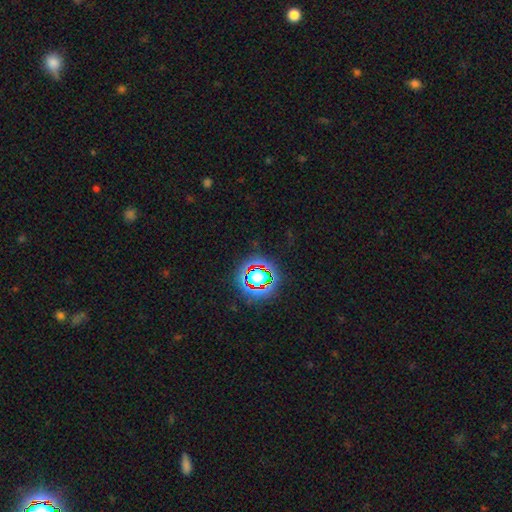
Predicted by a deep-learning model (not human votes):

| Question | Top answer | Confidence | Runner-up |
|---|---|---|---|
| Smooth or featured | star or artifact | 77% | smooth (14%) |